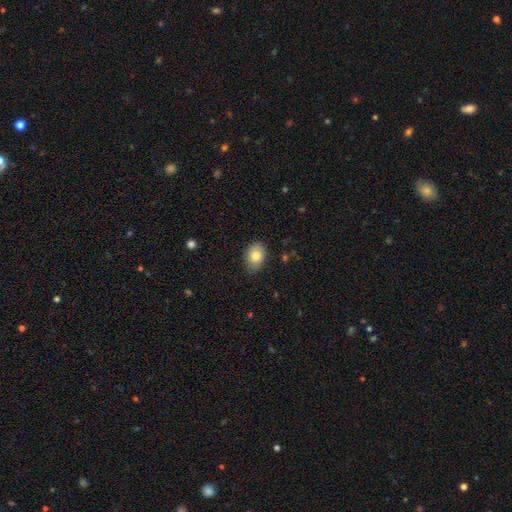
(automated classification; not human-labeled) This is clearly a smooth galaxy (81%). How rounded: likely in between (74%). Merging: clearly none (80%).